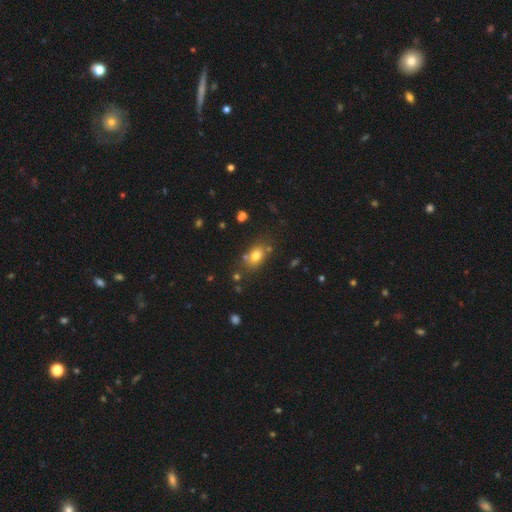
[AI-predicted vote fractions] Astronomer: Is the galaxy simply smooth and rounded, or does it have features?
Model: smooth — 76%.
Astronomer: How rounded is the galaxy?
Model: in between — 74%.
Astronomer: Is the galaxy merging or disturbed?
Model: none — 69%.